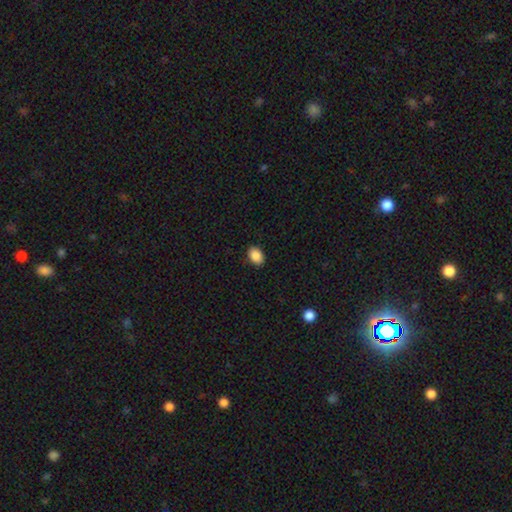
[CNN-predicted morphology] This appears to be a smooth galaxy with no disk features (89%) that is in between round and cigar-shaped (81%). Merging: none (88%).